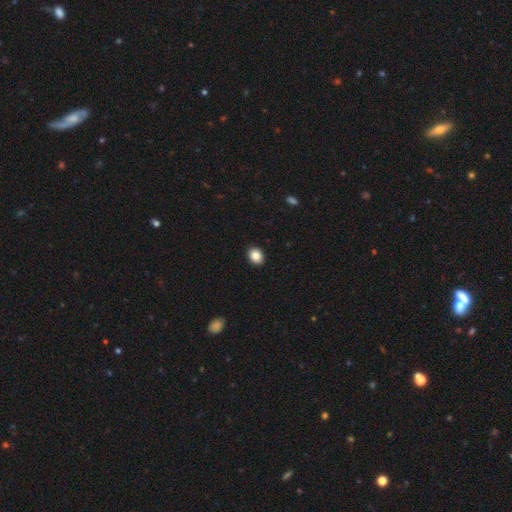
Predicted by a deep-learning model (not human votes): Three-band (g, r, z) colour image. It shows a smooth galaxy with no disk features (87%) that is in between round and cigar-shaped (55%). Merging: none (92%).